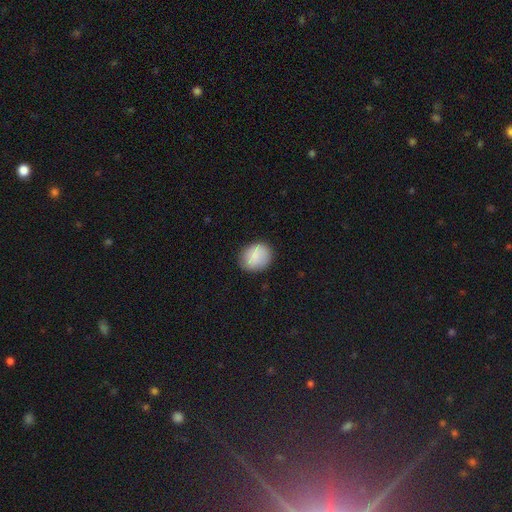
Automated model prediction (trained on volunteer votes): Smooth or featured? smooth (85%)
How rounded? round (54%)
Merging? none (81%)